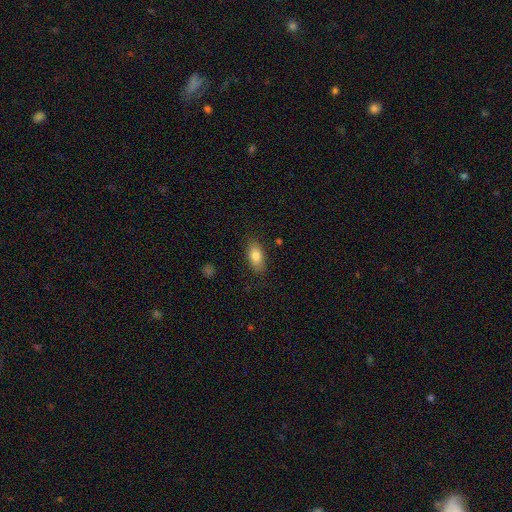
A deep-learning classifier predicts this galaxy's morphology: A smooth galaxy with no disk features (82%) that is in between round and cigar-shaped (89%).

Vote fractions:
- Smooth or featured? smooth: 82% / featured or disk: 11% / star or artifact: 7%
- How rounded? in between: 89% / cigar-shaped: 6% / round: 4%
- Merging? none: 84% / minor disturbance: 12% / major disturbance: 3% / merger: 1%